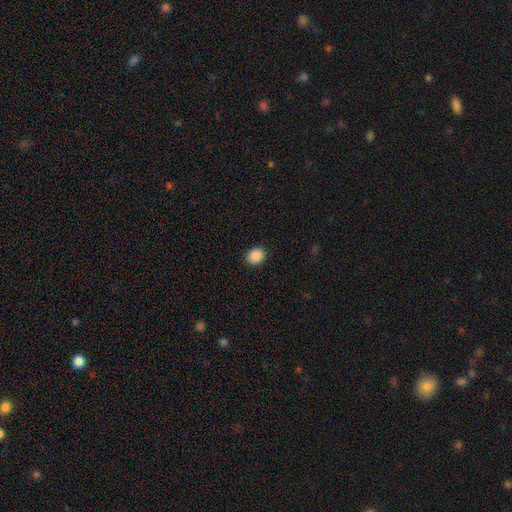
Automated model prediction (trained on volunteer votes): smooth 89%, star or artifact 9%, featured or disk 2%. Down the decision tree: how rounded — round (61%); merging — none (90%).